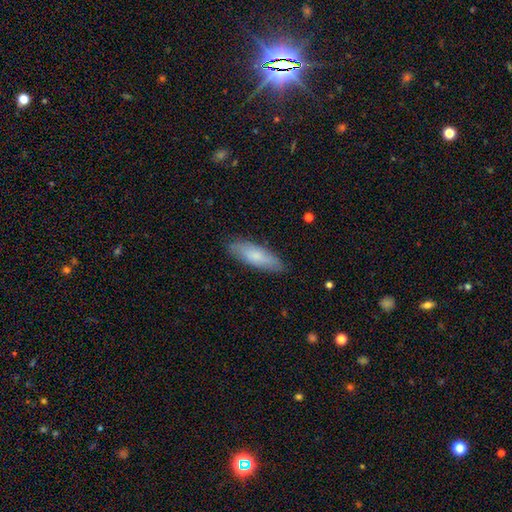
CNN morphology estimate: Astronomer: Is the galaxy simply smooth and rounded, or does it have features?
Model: smooth — 73%.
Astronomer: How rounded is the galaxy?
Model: cigar-shaped — 52% (runner-up: in between, 46%).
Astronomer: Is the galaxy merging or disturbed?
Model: none — 85%.